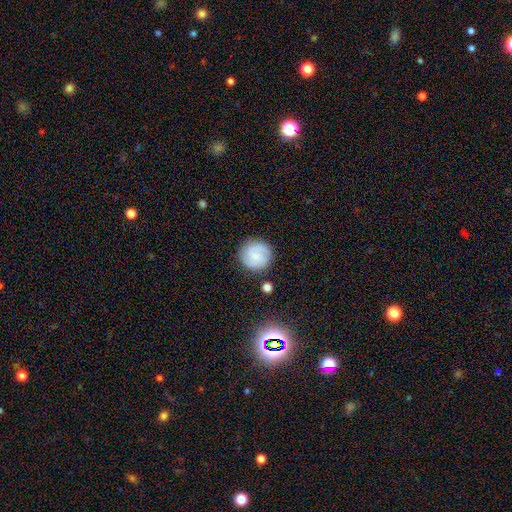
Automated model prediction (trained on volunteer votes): Morphology: type=smooth (52%); roundness=round (92%); merging=none (83%).